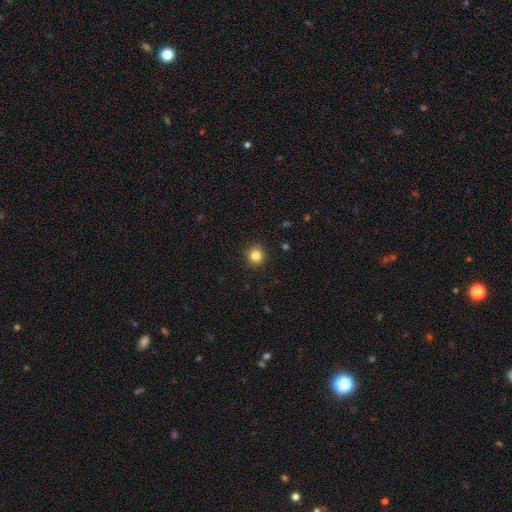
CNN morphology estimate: Overall: smooth (84%). How rounded: round (94%). Merging: none (92%).